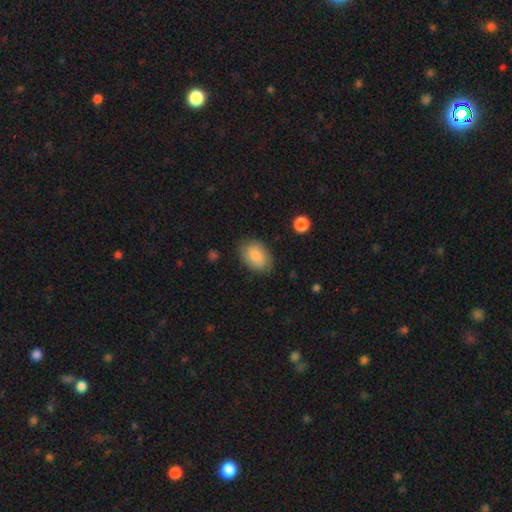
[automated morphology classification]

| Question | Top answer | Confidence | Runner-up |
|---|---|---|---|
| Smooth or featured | smooth | 83% | featured or disk (10%) |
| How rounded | in between | 85% | round (14%) |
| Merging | none | 77% | minor disturbance (17%) |